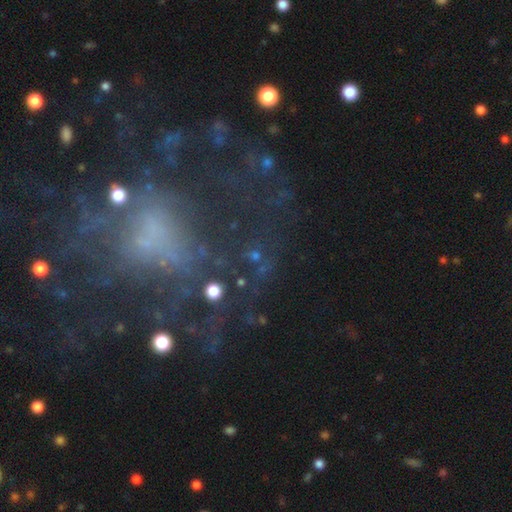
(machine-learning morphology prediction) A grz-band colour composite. It shows a star or artifact, not a galaxy (46%).